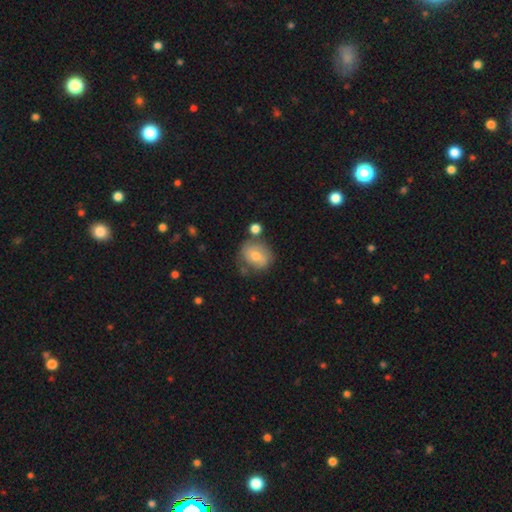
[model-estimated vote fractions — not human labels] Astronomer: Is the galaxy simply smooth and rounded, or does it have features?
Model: smooth — 61%.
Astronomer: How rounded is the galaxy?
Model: round — 65%.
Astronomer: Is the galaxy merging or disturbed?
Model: none — 56%.